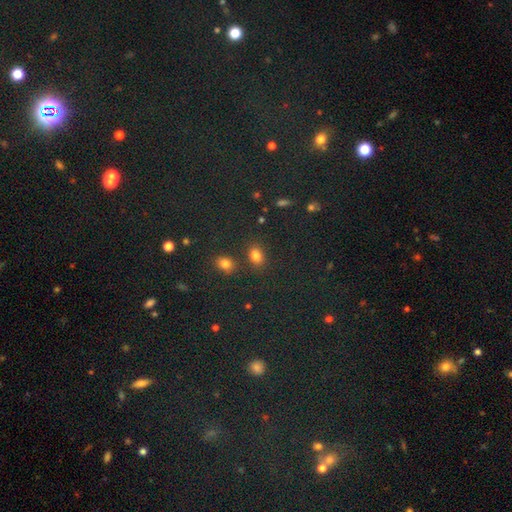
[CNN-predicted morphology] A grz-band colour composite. It shows a smooth galaxy with no disk features (80%) that is in between round and cigar-shaped (66%). Merging: none (76%).